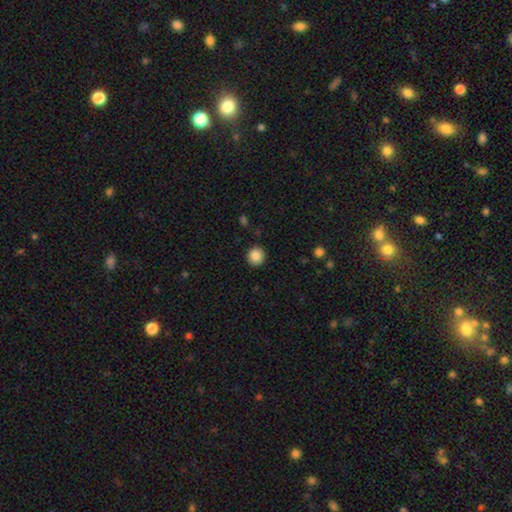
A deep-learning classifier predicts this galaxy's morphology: The model was most divided on "smooth or featured": smooth: 85%, star or artifact: 9%, featured or disk: 6%. More confident: how rounded — round (92%); merging — none (92%).